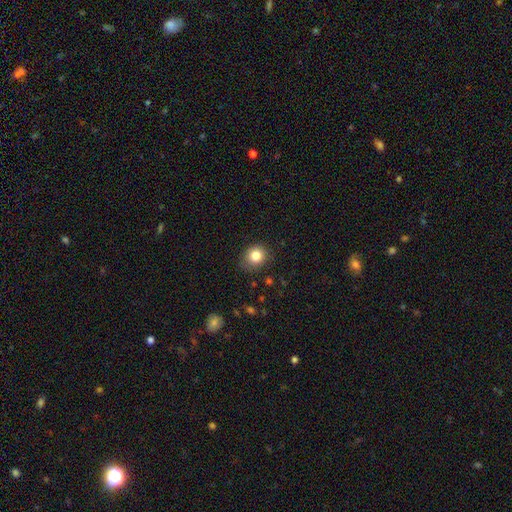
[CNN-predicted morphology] The model was most divided on "how rounded": round: 72%, in between: 27%, cigar-shaped: 1%. More confident: smooth or featured — smooth (83%); merging — none (81%).